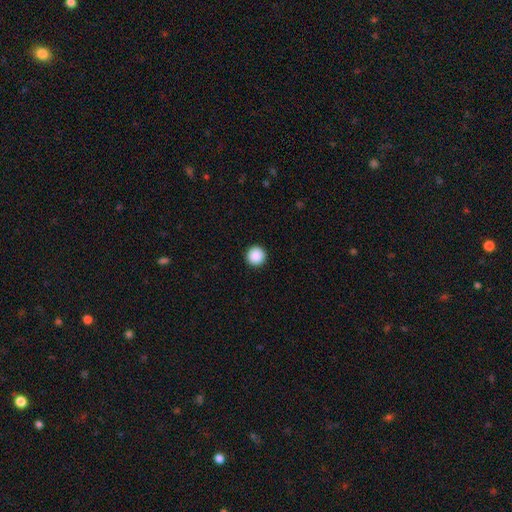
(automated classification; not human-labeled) Overall: smooth (89%). How rounded: round (97%). Merging: none (94%).